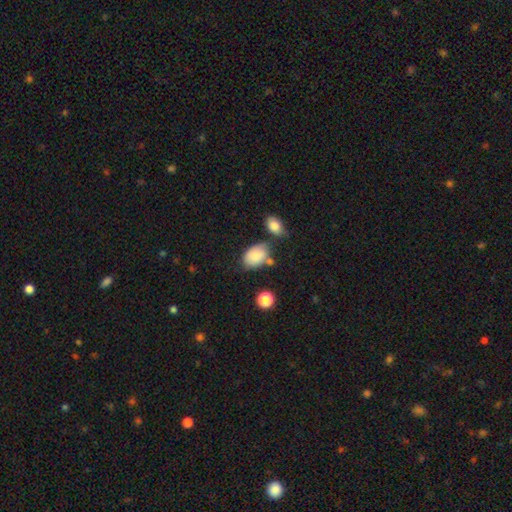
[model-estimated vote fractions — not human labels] smooth-or-featured: smooth: 84% | featured or disk: 8% | star or artifact: 8%
  how-rounded: in between: 86% | round: 13% | cigar-shaped: 1%
  merging: none: 59% | minor disturbance: 21% | merger: 13% | major disturbance: 6%